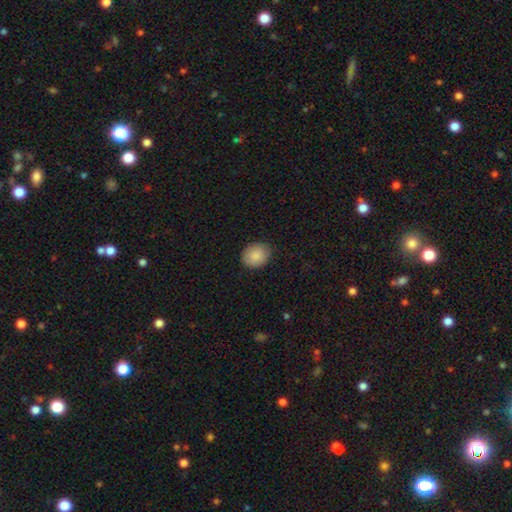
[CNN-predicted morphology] Smooth or featured: smooth — 87% (star or artifact — 7%)
How rounded: round — 60% (in between — 39%)
Merging: none — 85% (minor disturbance — 12%)